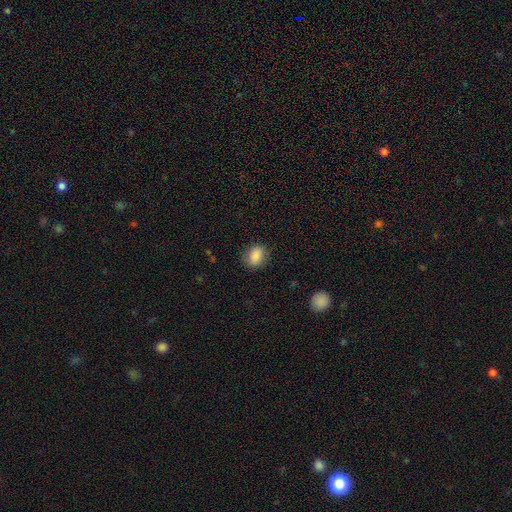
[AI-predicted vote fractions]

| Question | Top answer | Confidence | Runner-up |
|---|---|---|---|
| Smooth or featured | smooth | 87% | star or artifact (8%) |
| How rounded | in between | 50% | round (49%) |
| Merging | none | 79% | minor disturbance (15%) |